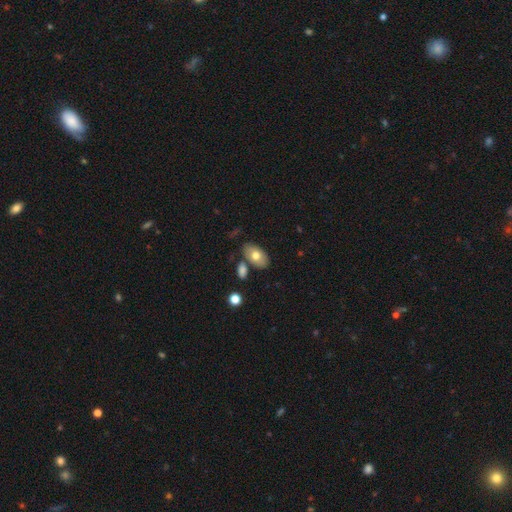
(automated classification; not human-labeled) The model was most divided on "smooth or featured": smooth: 70%, featured or disk: 23%, star or artifact: 7%. More confident: how rounded — in between (92%); merging — none (72%).